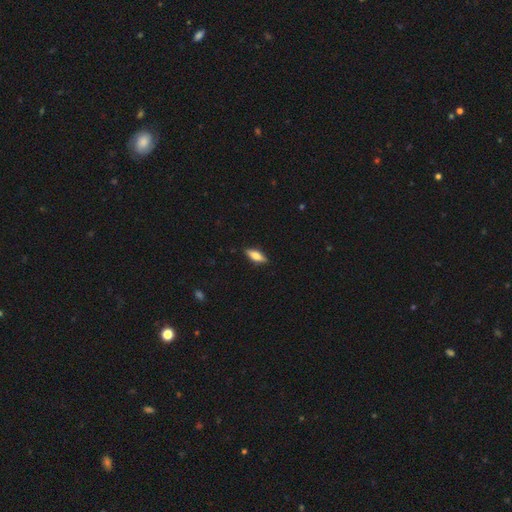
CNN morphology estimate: Smooth or featured? smooth (63%)
How rounded? in between (62%)
Merging? none (87%)